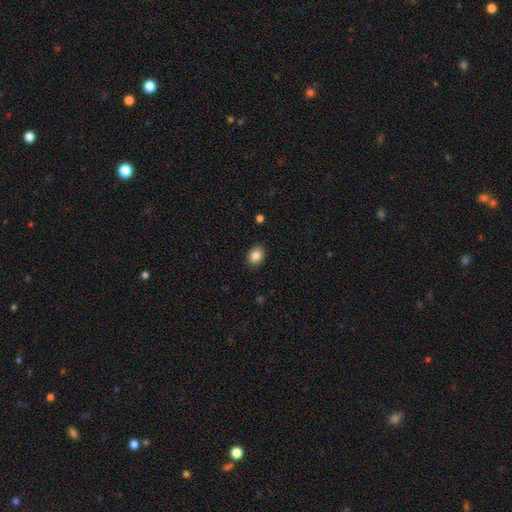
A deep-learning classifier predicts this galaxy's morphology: This appears to be a smooth galaxy with no disk features (85%) that is in between round and cigar-shaped (63%). Merging: none (88%).